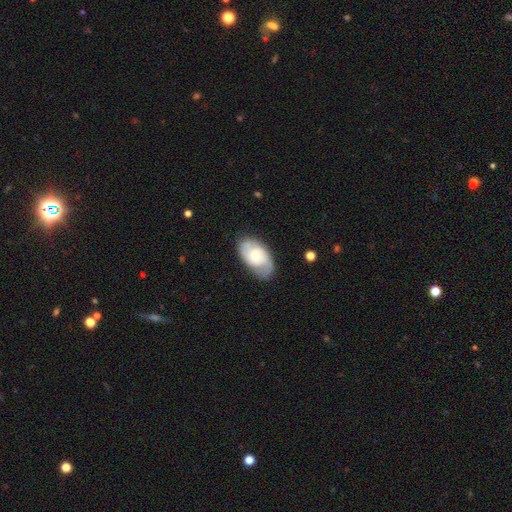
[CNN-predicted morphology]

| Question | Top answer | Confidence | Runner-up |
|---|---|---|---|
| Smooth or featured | featured or disk | 58% | smooth (37%) |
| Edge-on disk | no | 95% | yes (5%) |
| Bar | no | 71% | weak (25%) |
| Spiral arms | yes | 83% | no (17%) |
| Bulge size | small | 47% | moderate (44%) |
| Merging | none | 70% | minor disturbance (22%) |